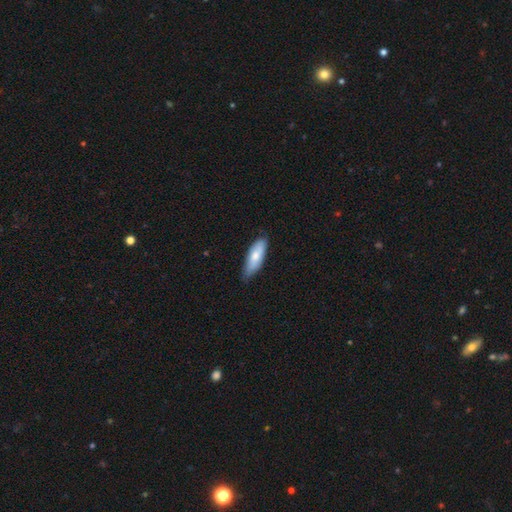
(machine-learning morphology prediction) Smooth or featured? Predicted: smooth (p=0.73). How rounded? Predicted: in between (p=0.61). Merging? Predicted: none (p=0.73).